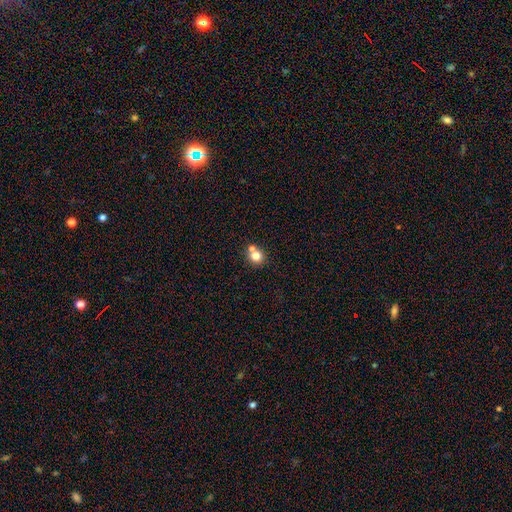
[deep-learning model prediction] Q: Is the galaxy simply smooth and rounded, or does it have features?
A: smooth — 78%.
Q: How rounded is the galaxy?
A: round — 87%.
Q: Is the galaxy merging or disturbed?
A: none — 54%.